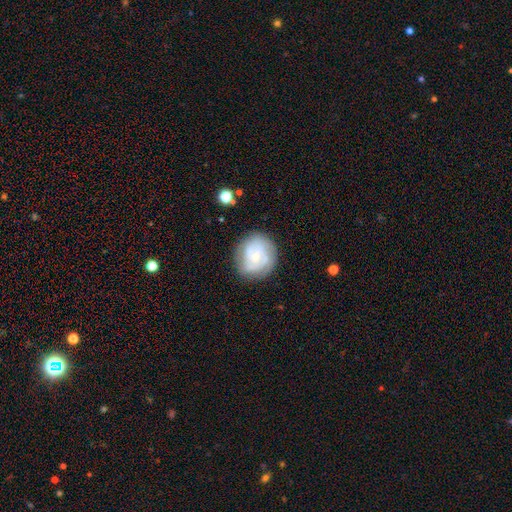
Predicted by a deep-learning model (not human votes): The model was most divided on "spiral arm count": can't tell: 32%, 2: 30%, 3: 23%, 4: 6%, 1: 5%, more than 4: 4%. More confident: edge-on disk — no (98%); spiral arms — yes (86%); merging — none (78%); bulge size — small (69%); smooth or featured — featured or disk (69%); bar — no (66%); spiral winding — tight (60%).